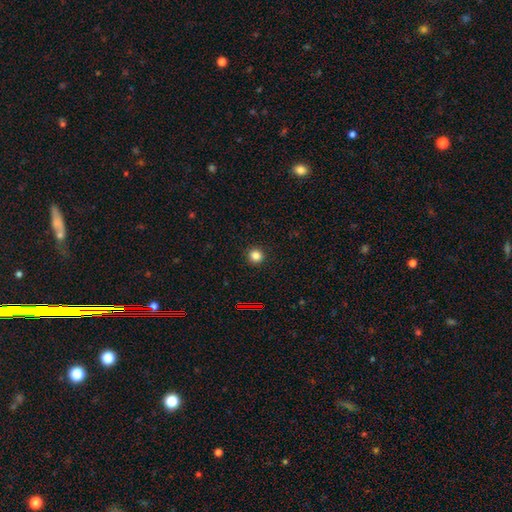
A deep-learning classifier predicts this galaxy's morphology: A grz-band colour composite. It shows a smooth galaxy with no disk features (82%) that is round (93%). Merging: none (92%).